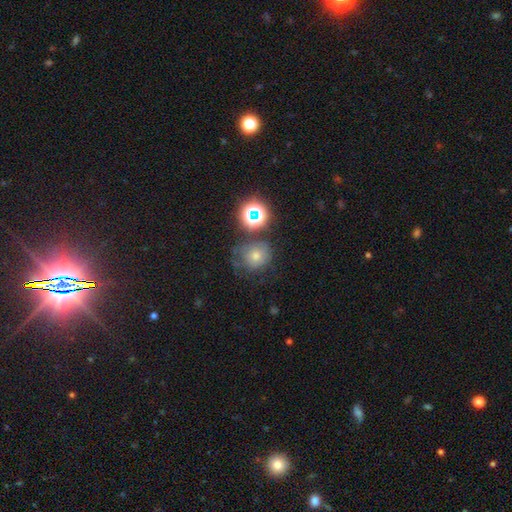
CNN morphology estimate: This appears to be a smooth galaxy with no disk features (40%). Merging: none (63%).